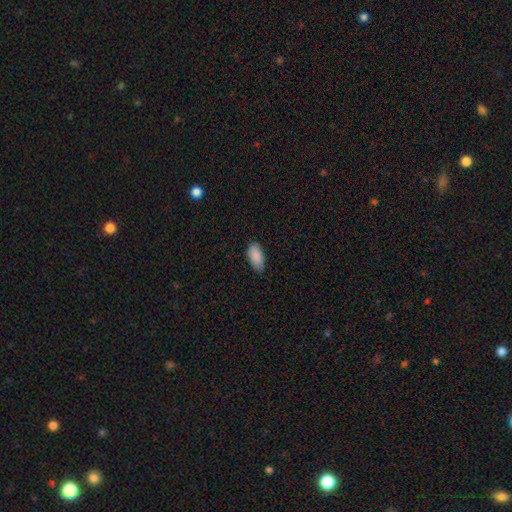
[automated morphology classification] This is clearly a smooth galaxy (89%). How rounded: clearly in between (93%). Merging: clearly none (81%).